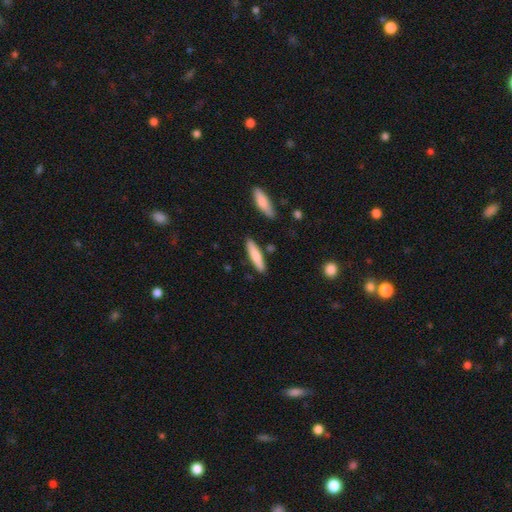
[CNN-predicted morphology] smooth_or_featured: smooth (p=0.78) [alt: featured or disk p=0.17]
how_rounded: cigar-shaped (p=0.78) [alt: in between p=0.21]
merging: none (p=0.85) [alt: minor disturbance p=0.09]